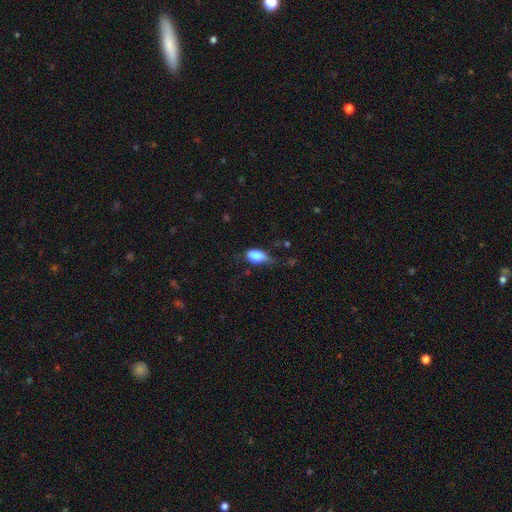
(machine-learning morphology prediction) A smooth galaxy with no disk features (82%) that is in between round and cigar-shaped (86%).

Vote fractions:
- Smooth or featured? smooth: 82% / featured or disk: 9% / star or artifact: 8%
- How rounded? in between: 86% / round: 11% / cigar-shaped: 3%
- Merging? minor disturbance: 40% / none: 33% / major disturbance: 23% / merger: 4%